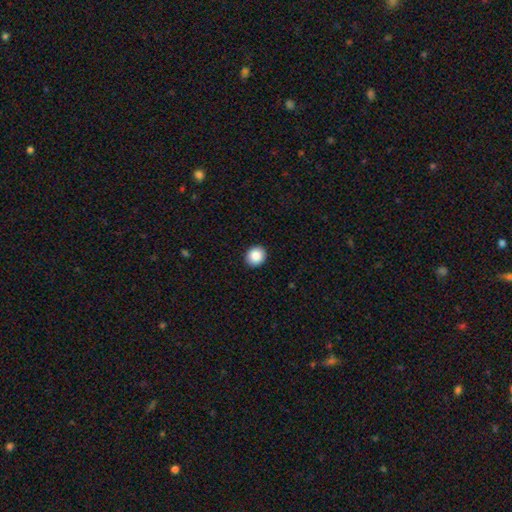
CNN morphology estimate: smooth_or_featured: smooth (p=0.87) [alt: star or artifact p=0.08]
how_rounded: round (p=0.81) [alt: in between p=0.18]
merging: none (p=0.93) [alt: minor disturbance p=0.05]